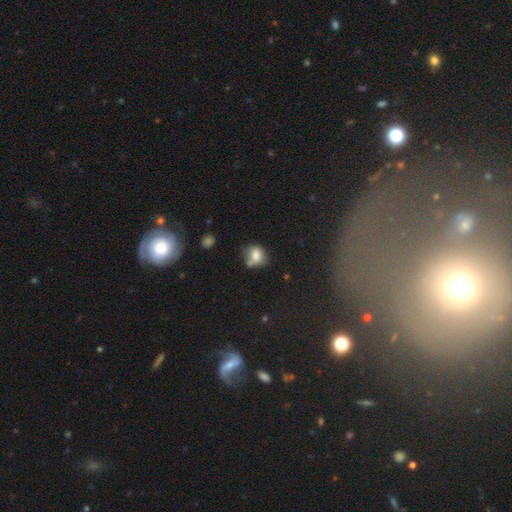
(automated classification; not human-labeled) A smooth galaxy with no disk features (75%) that is round (57%). Merging: none (45%).